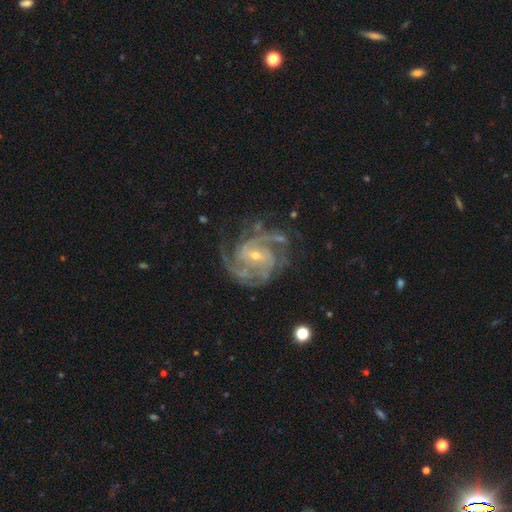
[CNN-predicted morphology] A featured or disk galaxy (92%) with a weak bar (42%), 3 (34%) tight (56%) spiral arms (98%) and a small central bulge (67%).

Vote fractions:
- Smooth or featured? featured or disk: 92% / star or artifact: 5% / smooth: 3%
- Edge-on disk? no: 98% / yes: 2%
- Bar? weak: 42% / no: 39% / strong: 19%
- Spiral arms? yes: 98% / no: 2%
- Spiral winding? tight: 56% / medium: 38% / loose: 6%
- Spiral arm count? 3: 34% / 2: 20% / 4: 19% / can't tell: 14% / more than 4: 7% / 1: 6%
- Bulge size? small: 67% / moderate: 30% / none: 1% / large: 1% / dominant: 1%
- Merging? none: 70% / minor disturbance: 18% / major disturbance: 10% / merger: 2%